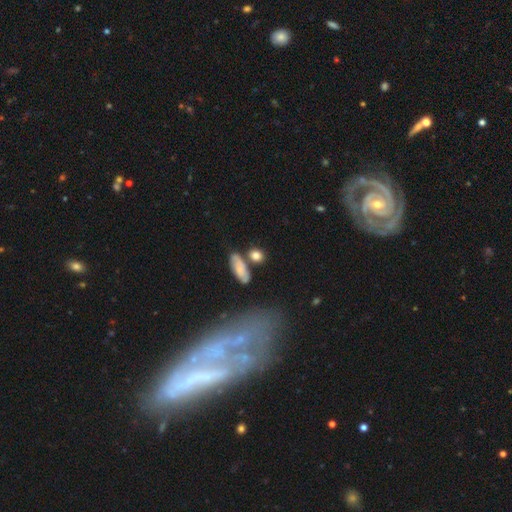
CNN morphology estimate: type=smooth (78%); roundness=in between (50%); merging=none (60%).